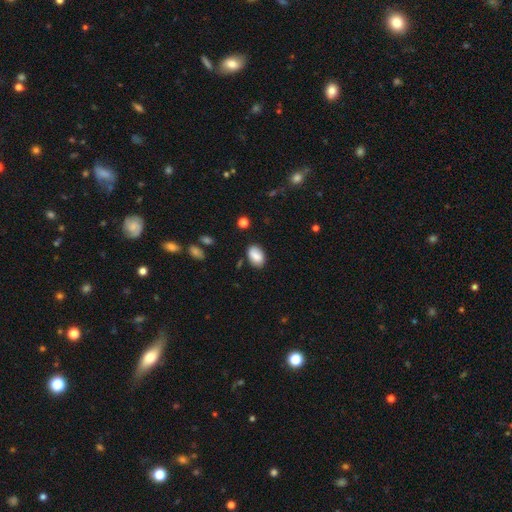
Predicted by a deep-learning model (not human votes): smooth_or_featured: smooth (p=0.81) [alt: featured or disk p=0.11]
how_rounded: in between (p=0.90) [alt: round p=0.08]
merging: none (p=0.79) [alt: minor disturbance p=0.15]